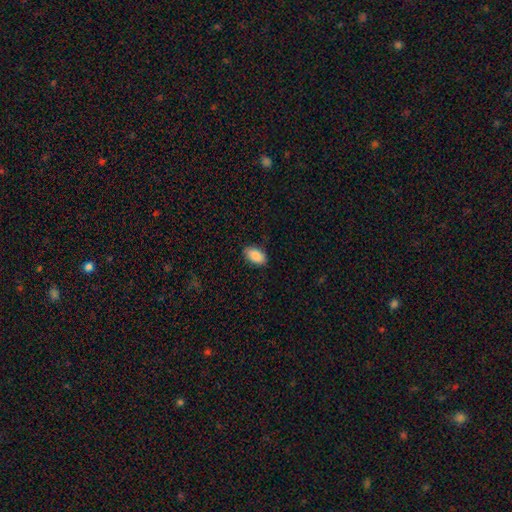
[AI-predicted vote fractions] Q: Smooth or featured?
A: smooth (88%); runner-up: star or artifact (7%)
Q: How rounded?
A: in between (93%); runner-up: round (5%)
Q: Merging?
A: none (85%); runner-up: minor disturbance (12%)